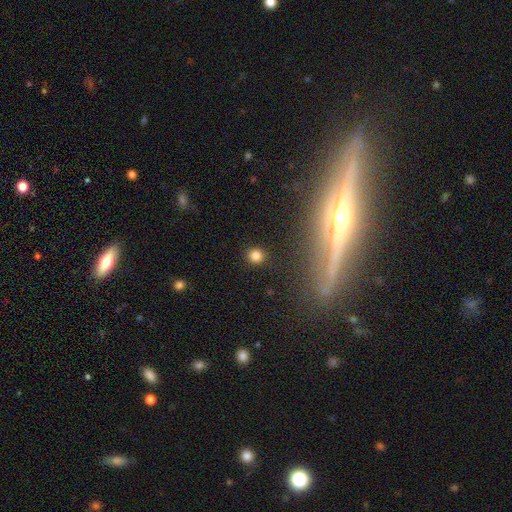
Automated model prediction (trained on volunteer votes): smooth_or_featured: smooth (p=0.81) [alt: star or artifact p=0.14]
how_rounded: round (p=0.88) [alt: in between p=0.11]
merging: none (p=0.91) [alt: minor disturbance p=0.05]